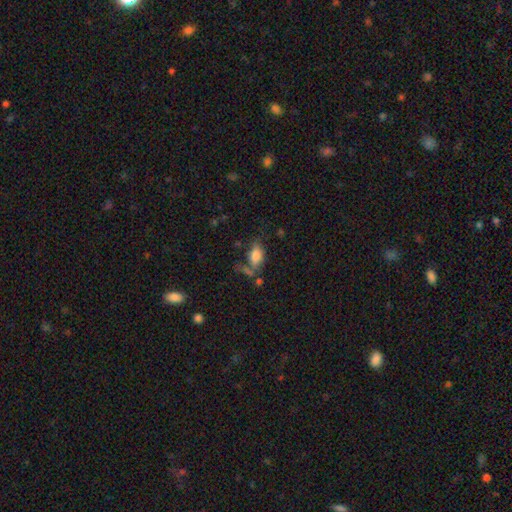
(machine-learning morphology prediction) Smooth or featured? smooth (75%)
How rounded? in between (87%)
Merging? none (47%)